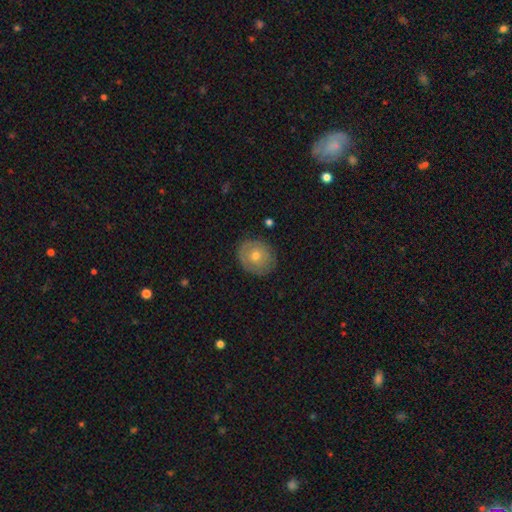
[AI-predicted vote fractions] A smooth galaxy with no disk features (55%) that is round (83%).

Vote fractions:
- Smooth or featured? smooth: 55% / featured or disk: 37% / star or artifact: 9%
- How rounded? round: 83% / in between: 16% / cigar-shaped: 1%
- Merging? none: 84% / minor disturbance: 12% / major disturbance: 3% / merger: 1%